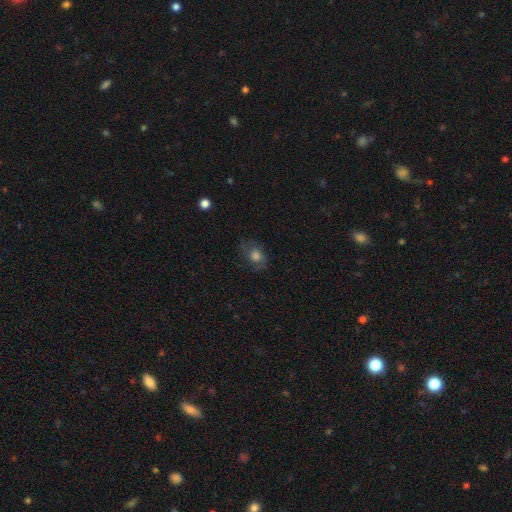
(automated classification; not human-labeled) smooth_or_featured: smooth (p=0.47) [alt: featured or disk p=0.39]
merging: none (p=0.66) [alt: minor disturbance p=0.20]